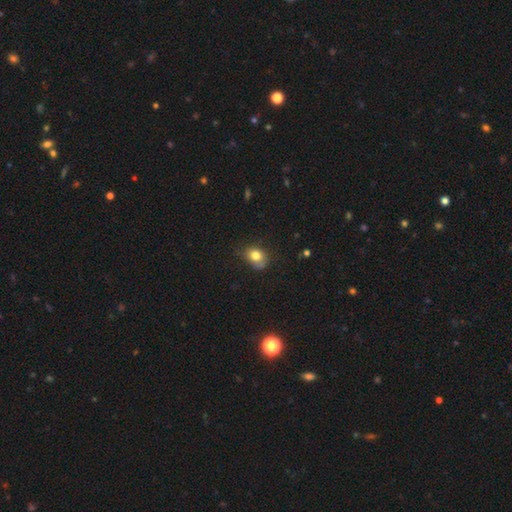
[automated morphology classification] Smooth or featured: smooth — 79% (star or artifact — 11%)
How rounded: in between — 50% (round — 48%)
Merging: none — 56% (minor disturbance — 31%)